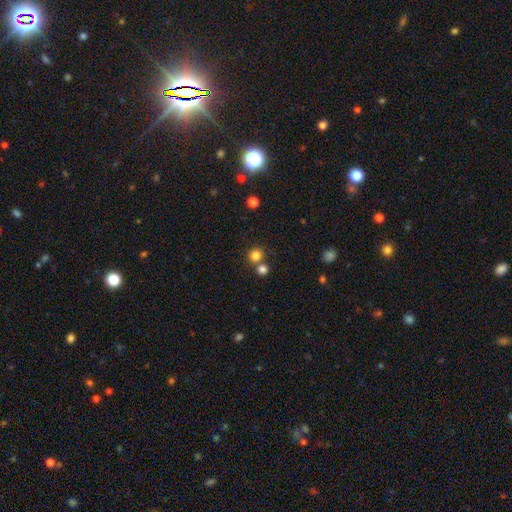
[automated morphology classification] Overall: smooth (81%). How rounded: round (90%). Merging: none (65%; merger 26%).